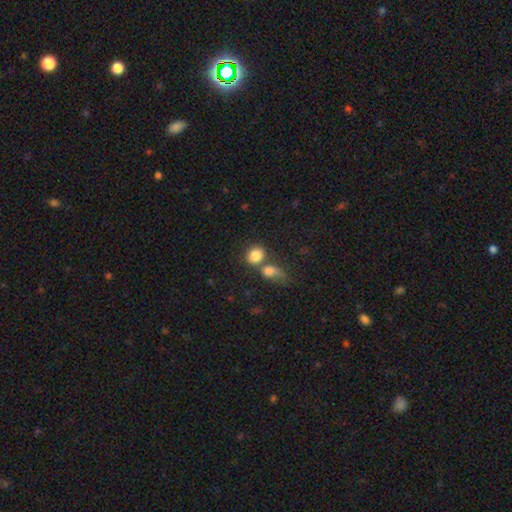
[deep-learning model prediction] Smooth or featured?
  - smooth: 83% *
  - star or artifact: 9%
  - featured or disk: 8%
How rounded?
  - round: 68% *
  - in between: 30%
  - cigar-shaped: 1%
Merging?
  - none: 43% *
  - merger: 41%
  - minor disturbance: 10%
  - major disturbance: 6%